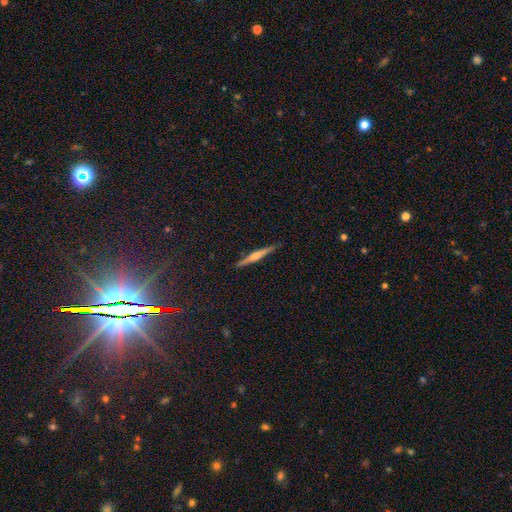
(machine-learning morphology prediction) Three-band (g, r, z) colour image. It shows a featured or disk galaxy (59%) viewed edge-on (98%) with a rounded central bulge (58%). Merging: none (89%).